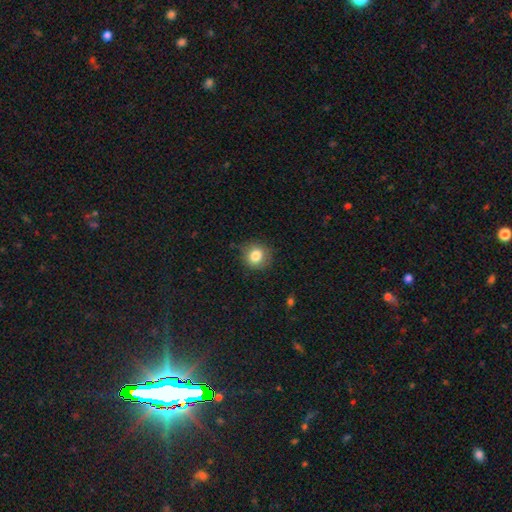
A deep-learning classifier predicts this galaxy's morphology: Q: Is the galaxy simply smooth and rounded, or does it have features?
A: smooth — 82%.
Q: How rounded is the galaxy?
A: round — 86%.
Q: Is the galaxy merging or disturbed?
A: none — 80%.